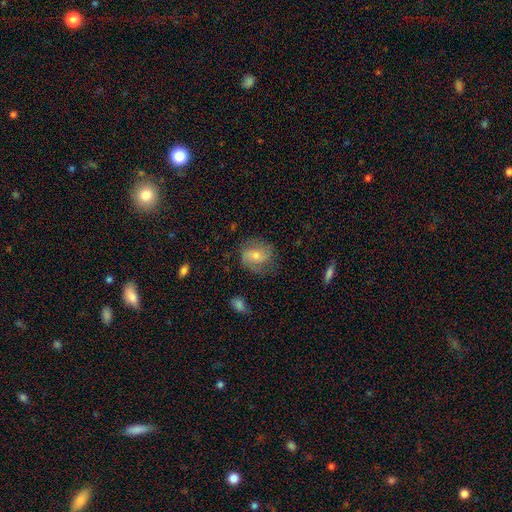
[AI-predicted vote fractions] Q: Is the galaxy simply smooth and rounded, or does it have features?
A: featured or disk — 51%.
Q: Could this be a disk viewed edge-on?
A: no — 96%.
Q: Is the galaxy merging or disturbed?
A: none — 66%.